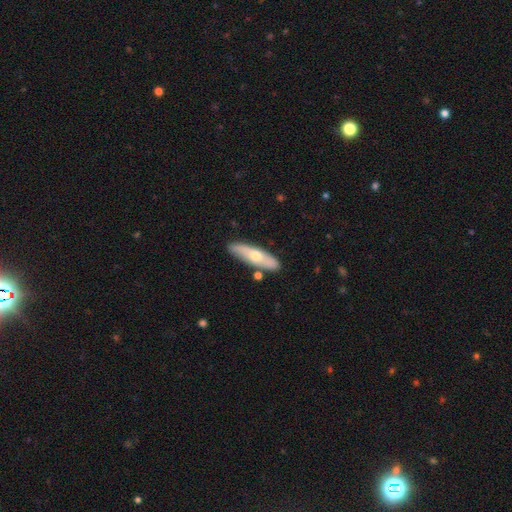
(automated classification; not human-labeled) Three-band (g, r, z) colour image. It shows a smooth galaxy with no disk features (52%) that is cigar-shaped (70%). Merging: none (81%).